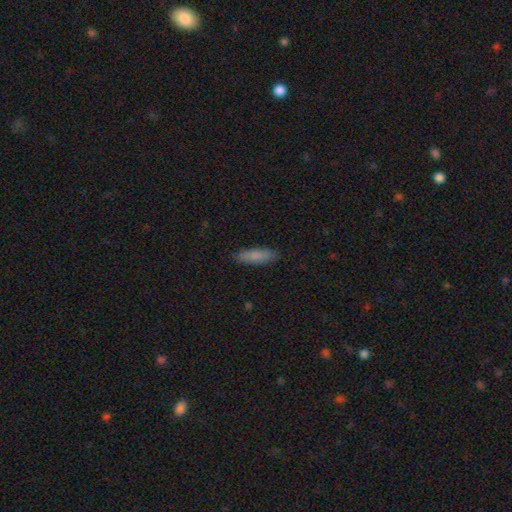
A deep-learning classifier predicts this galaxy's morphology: smooth-or-featured: smooth: 83% | featured or disk: 11% | star or artifact: 6%
  how-rounded: cigar-shaped: 63% | in between: 35% | round: 2%
  merging: none: 88% | minor disturbance: 9% | major disturbance: 2% | merger: 1%